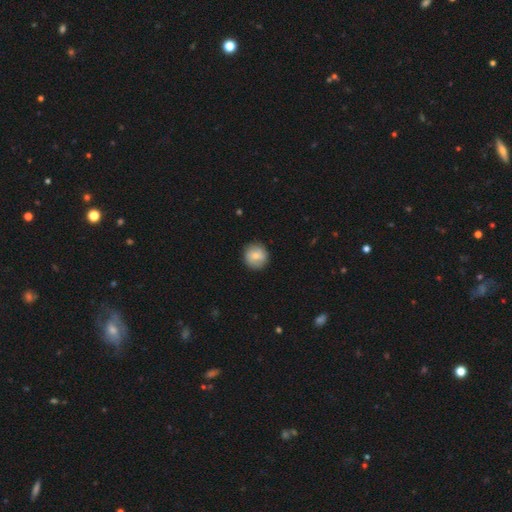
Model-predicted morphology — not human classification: Smooth or featured: smooth — 71% (featured or disk — 21%)
How rounded: round — 93% (in between — 6%)
Merging: none — 87% (minor disturbance — 9%)